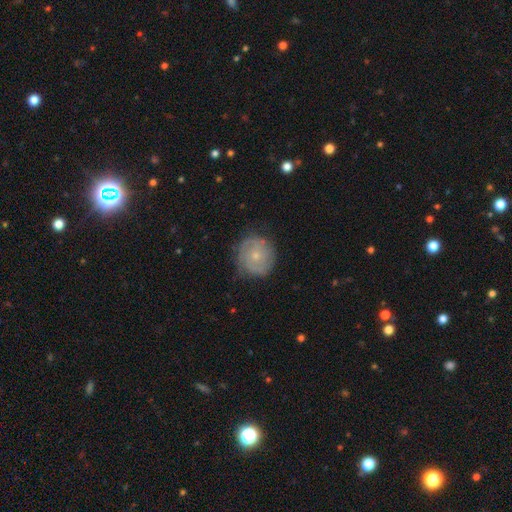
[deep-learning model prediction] A featured or disk galaxy (59%) with no bar (84%), spiral arms (81%) and a small central bulge (72%).

Vote fractions:
- Smooth or featured? featured or disk: 59% / smooth: 33% / star or artifact: 8%
- Edge-on disk? no: 97% / yes: 3%
- Bar? no: 84% / weak: 13% / strong: 2%
- Spiral arms? yes: 81% / no: 19%
- Bulge size? small: 72% / moderate: 24% / none: 2% / large: 1% / dominant: 1%
- Merging? none: 74% / minor disturbance: 19% / major disturbance: 5% / merger: 1%